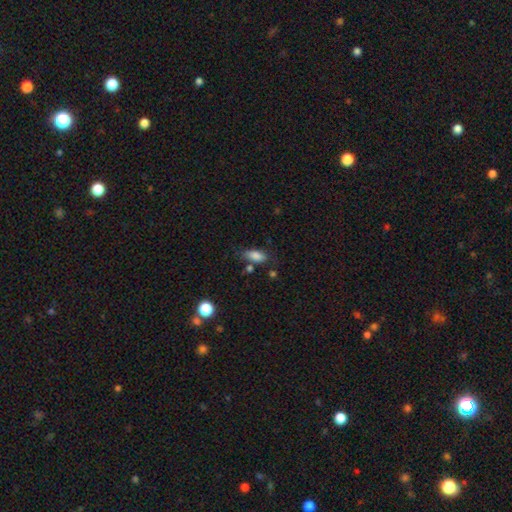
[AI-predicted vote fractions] smooth 84%, star or artifact 9%, featured or disk 7%. Down the decision tree: how rounded — in between (83%); merging — none (63%).